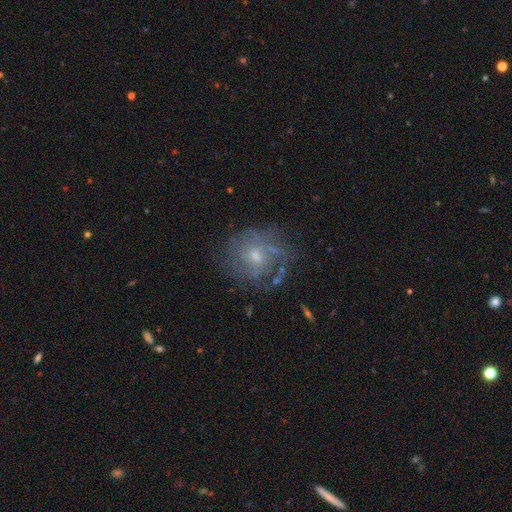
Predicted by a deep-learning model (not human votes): The model was most divided on "spiral arms": yes: 60%, no: 40%. More confident: edge-on disk — no (97%); bar — no (68%); smooth or featured — featured or disk (63%); merging — none (59%); bulge size — small (58%).